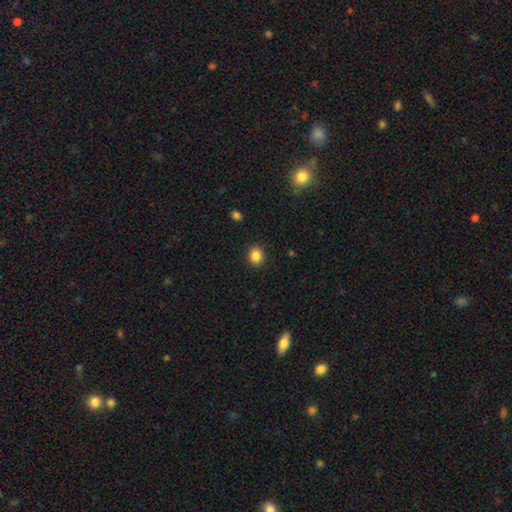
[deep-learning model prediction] Smooth or featured? smooth (86%)
How rounded? round (74%)
Merging? none (90%)